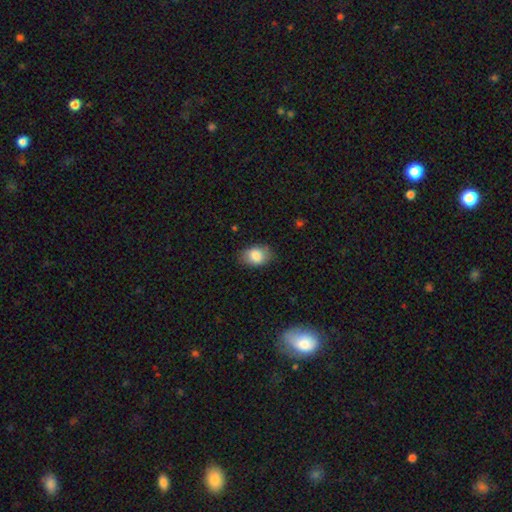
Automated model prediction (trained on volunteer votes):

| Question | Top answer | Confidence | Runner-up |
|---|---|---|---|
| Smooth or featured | smooth | 84% | featured or disk (9%) |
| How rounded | in between | 79% | round (20%) |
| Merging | none | 80% | minor disturbance (16%) |